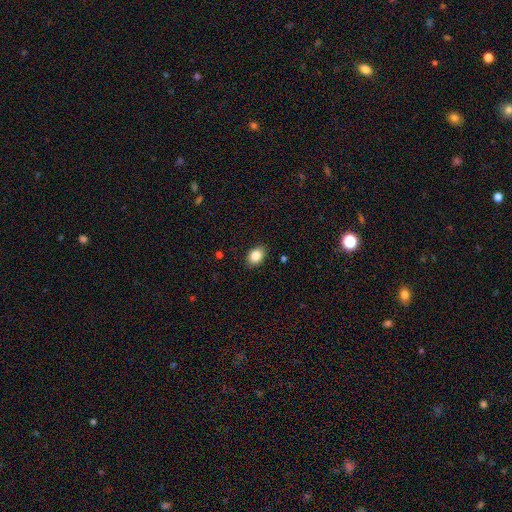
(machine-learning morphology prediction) type=smooth (85%); roundness=in between (75%); merging=none (87%).